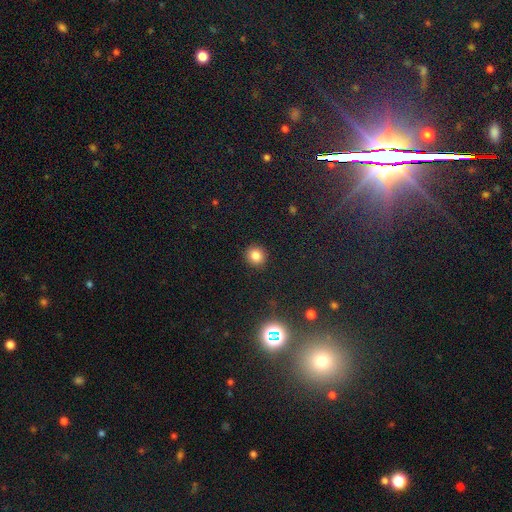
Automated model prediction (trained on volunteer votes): smooth 82%, star or artifact 13%, featured or disk 6%. Down the decision tree: how rounded — round (90%); merging — none (92%).